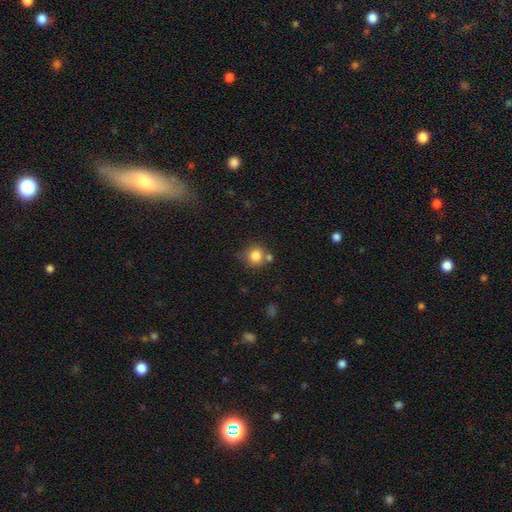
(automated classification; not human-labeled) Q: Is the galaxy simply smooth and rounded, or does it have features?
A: smooth — 83%.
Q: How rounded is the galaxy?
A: round — 88%.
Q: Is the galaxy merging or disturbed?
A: none — 67%.